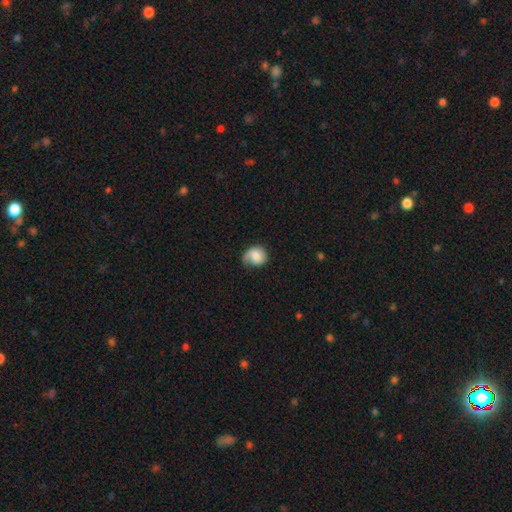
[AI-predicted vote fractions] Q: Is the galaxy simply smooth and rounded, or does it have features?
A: smooth — 71%.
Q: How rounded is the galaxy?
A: round — 71%.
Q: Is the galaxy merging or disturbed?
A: none — 45%.